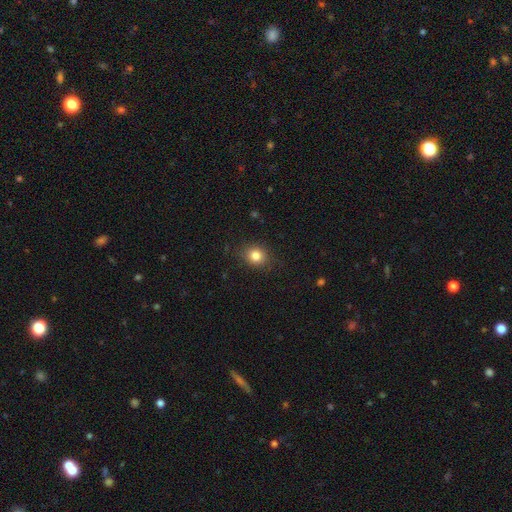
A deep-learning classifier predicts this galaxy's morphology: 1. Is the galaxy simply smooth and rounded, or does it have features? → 83% smooth, 11% star or artifact, 6% featured or disk.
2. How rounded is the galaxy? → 71% round, 28% in between, 1% cigar-shaped.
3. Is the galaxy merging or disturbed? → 85% none, 11% minor disturbance, 3% major disturbance, 1% merger.